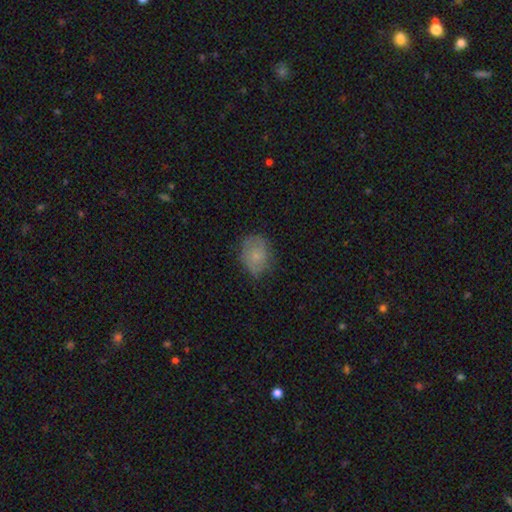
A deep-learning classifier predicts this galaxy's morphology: smooth_or_featured: smooth (p=0.71) [alt: featured or disk p=0.21]
how_rounded: in between (p=0.54) [alt: round p=0.45]
merging: none (p=0.65) [alt: minor disturbance p=0.26]